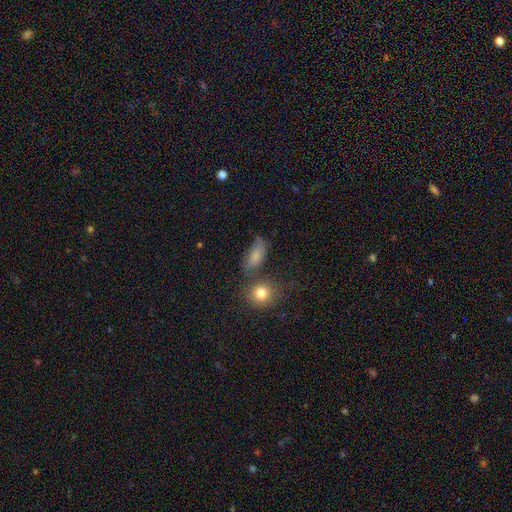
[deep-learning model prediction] Morphology: type=smooth (76%); roundness=in between (78%); merging=none (56%).